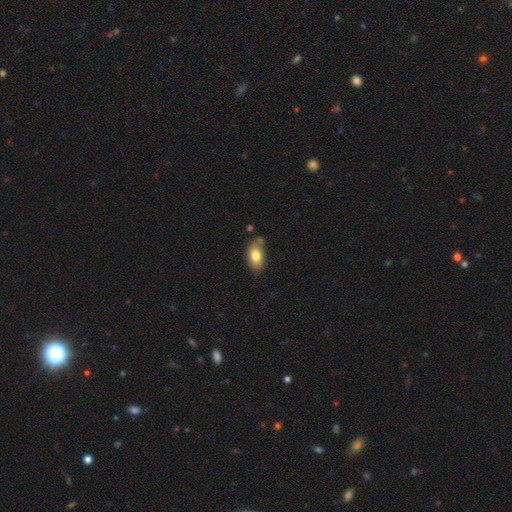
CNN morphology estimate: This is likely a smooth galaxy (79%). How rounded: clearly in between (91%). Merging: likely none (66%).